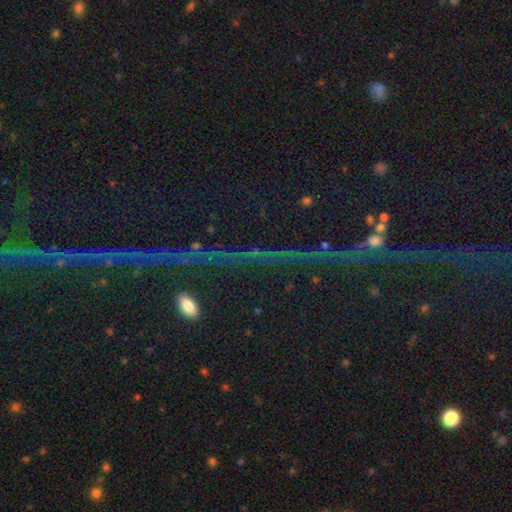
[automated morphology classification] Smooth or featured? star or artifact (85%)